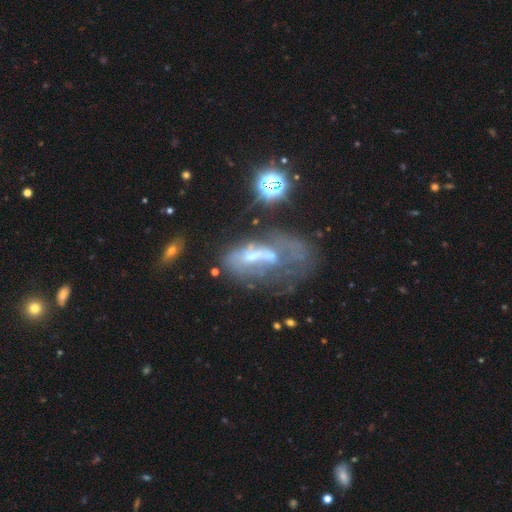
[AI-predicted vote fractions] The model was most divided on "bulge size": small: 47%, moderate: 29%, none: 18%, large: 4%, dominant: 2%. Remaining: edge-on disk — no (91%); spiral arms — no (71%); bar — no (63%); smooth or featured — featured or disk (58%); merging — major disturbance (41%).